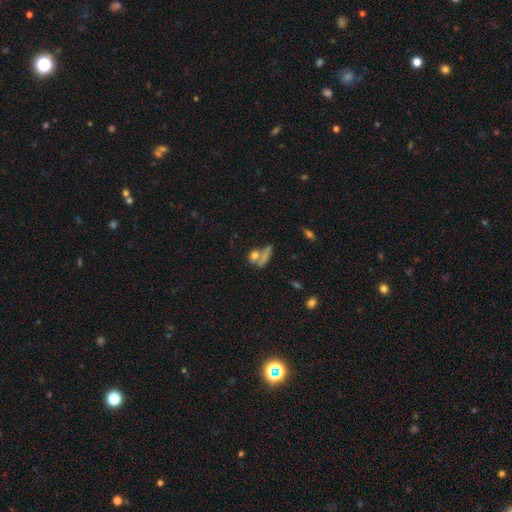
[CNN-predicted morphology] Overall: smooth (63%). How rounded: round (44%; in between 41%). Merging: none (40%, tied with merger).